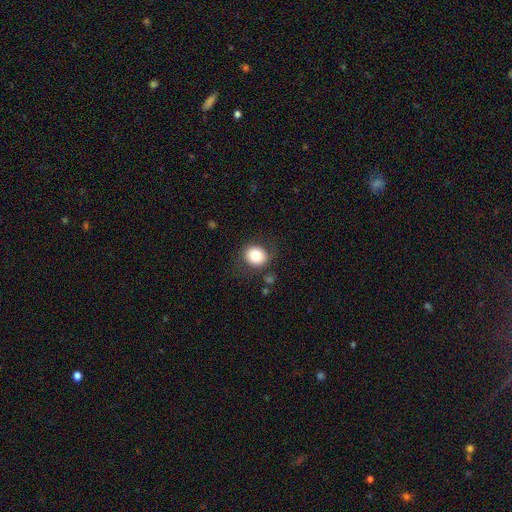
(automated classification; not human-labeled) smooth_or_featured: smooth (p=0.80) [alt: featured or disk p=0.10]
how_rounded: round (p=0.76) [alt: in between p=0.24]
merging: none (p=0.83) [alt: minor disturbance p=0.11]